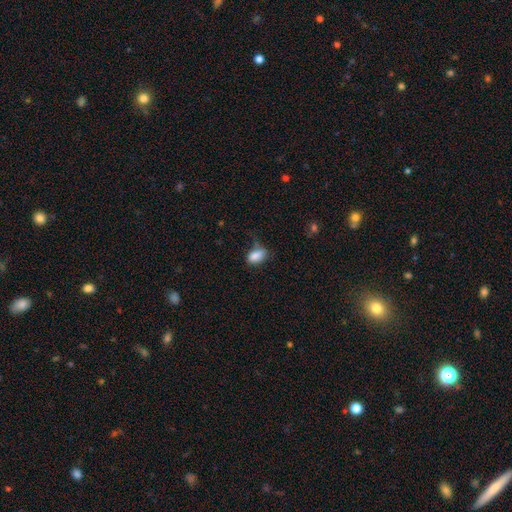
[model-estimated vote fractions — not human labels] Smooth or featured?
  - smooth: 84% *
  - star or artifact: 9%
  - featured or disk: 7%
How rounded?
  - in between: 90% *
  - round: 7%
  - cigar-shaped: 3%
Merging?
  - none: 49% *
  - minor disturbance: 32%
  - major disturbance: 14%
  - merger: 5%